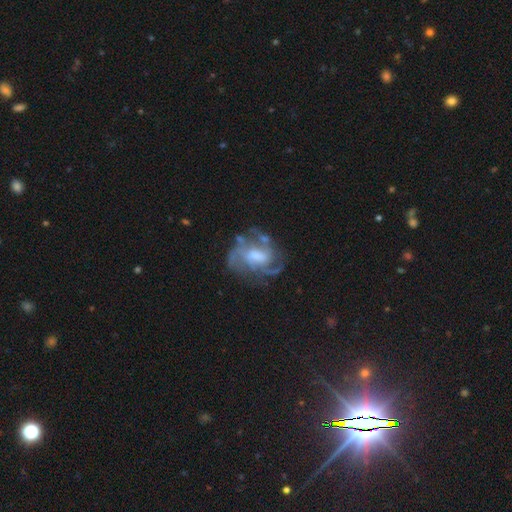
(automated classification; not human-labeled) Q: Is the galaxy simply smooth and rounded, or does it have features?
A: featured or disk — 81%.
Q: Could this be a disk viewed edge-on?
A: no — 97%.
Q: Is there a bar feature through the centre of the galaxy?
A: weak — 47%.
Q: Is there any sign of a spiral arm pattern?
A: yes — 88%.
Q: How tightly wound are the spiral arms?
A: medium — 44%.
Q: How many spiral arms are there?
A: can't tell — 33%.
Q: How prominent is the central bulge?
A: moderate — 46%.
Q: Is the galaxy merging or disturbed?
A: none — 56%.